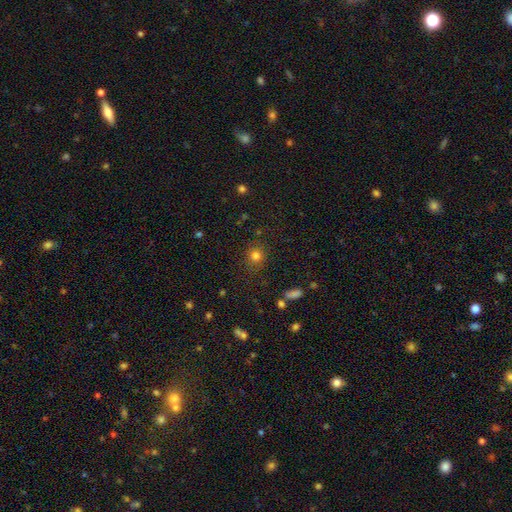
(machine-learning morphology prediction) Smooth or featured? Predicted: smooth (p=0.78). How rounded? Predicted: round (p=0.83). Merging? Predicted: none (p=0.84).